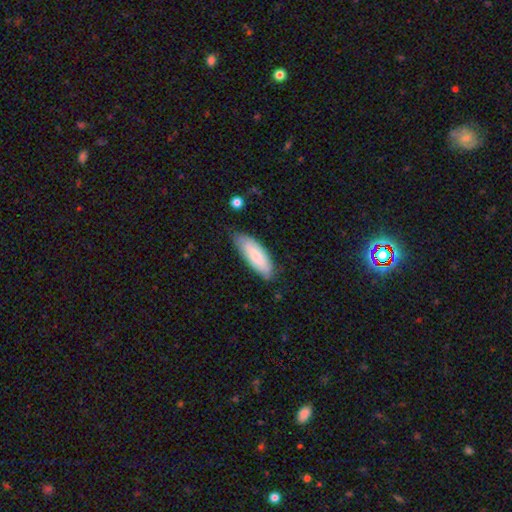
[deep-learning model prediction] Q: Smooth or featured?
A: smooth (82%); runner-up: featured or disk (13%)
Q: How rounded?
A: in between (61%); runner-up: cigar-shaped (38%)
Q: Merging?
A: none (76%); runner-up: minor disturbance (20%)